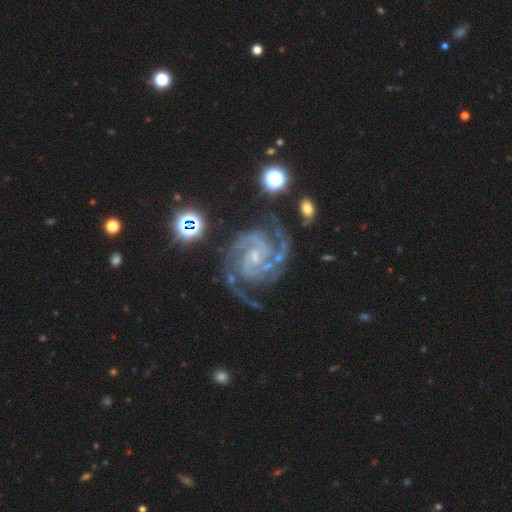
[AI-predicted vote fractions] Morphology: type=featured or disk (92%); edge-on=no (98%); bar=no (45%); spiral arms=yes (99%); winding=tight (57%); arm count=2 (63%); bulge=small (71%); merging=none (70%).